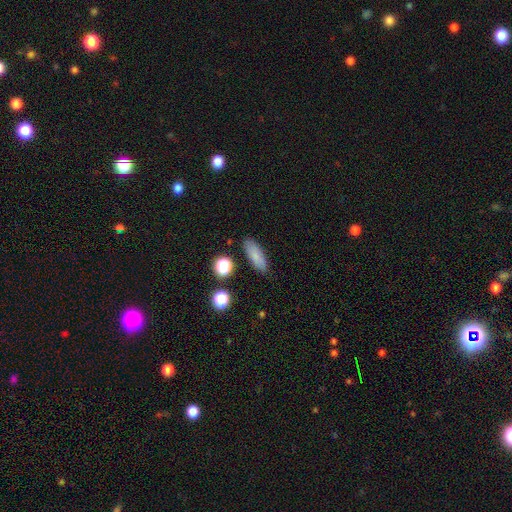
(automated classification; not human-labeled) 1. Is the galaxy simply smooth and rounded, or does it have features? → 79% smooth, 11% featured or disk, 10% star or artifact.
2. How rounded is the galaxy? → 63% in between, 32% cigar-shaped, 4% round.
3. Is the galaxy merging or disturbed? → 85% none, 10% minor disturbance, 3% major disturbance, 2% merger.